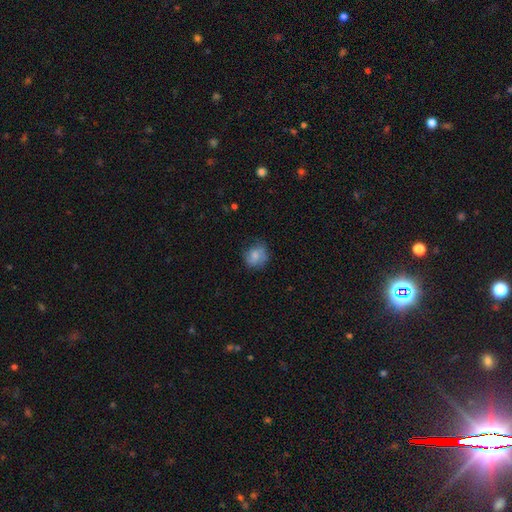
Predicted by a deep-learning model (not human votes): This appears to be a smooth galaxy with no disk features (71%) that is round (69%). Merging: none (64%).